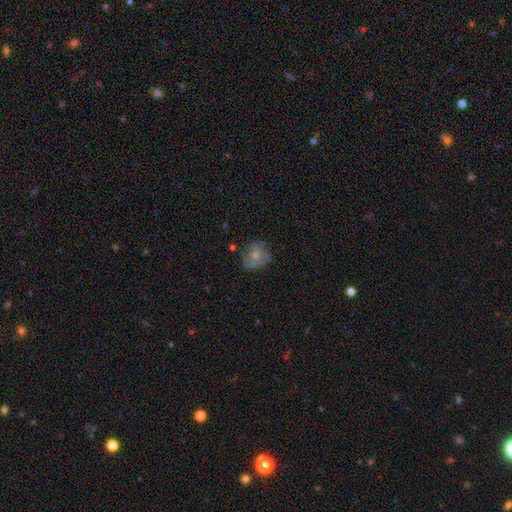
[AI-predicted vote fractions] smooth-or-featured: smooth: 59% | featured or disk: 32% | star or artifact: 9%
  how-rounded: round: 62% | in between: 37% | cigar-shaped: 1%
  merging: none: 63% | minor disturbance: 25% | major disturbance: 10% | merger: 2%